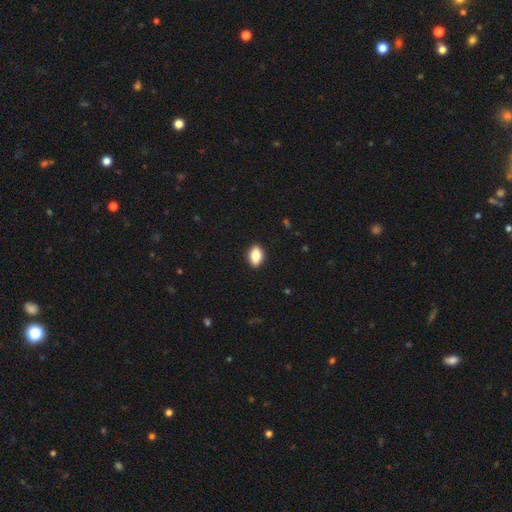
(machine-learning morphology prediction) Overall: smooth (83%). How rounded: in between (86%). Merging: none (90%).